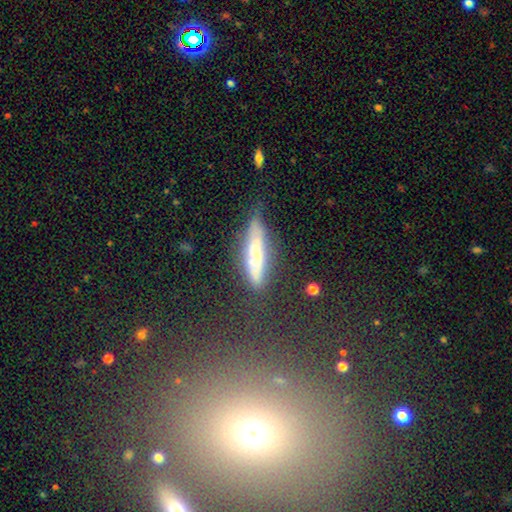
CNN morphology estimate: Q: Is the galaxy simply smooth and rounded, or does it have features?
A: featured or disk — 49%.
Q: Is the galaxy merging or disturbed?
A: none — 60%.